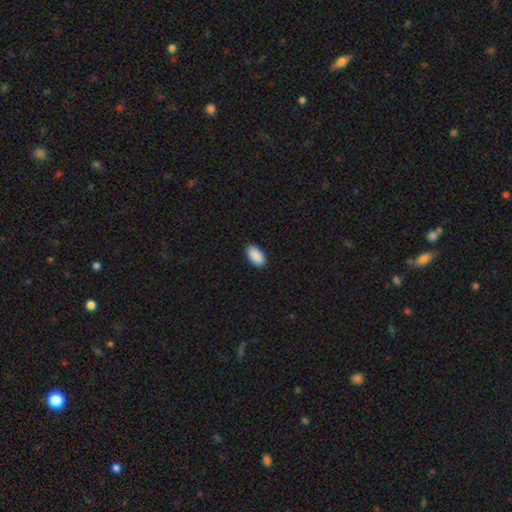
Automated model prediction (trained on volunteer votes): Morphology: type=smooth (91%); roundness=in between (96%); merging=none (90%).